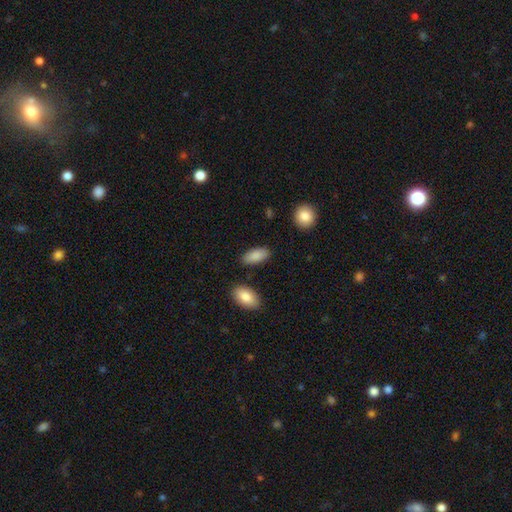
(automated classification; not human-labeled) This appears to be a smooth galaxy with no disk features (88%) that is in between round and cigar-shaped (90%). Merging: none (83%).